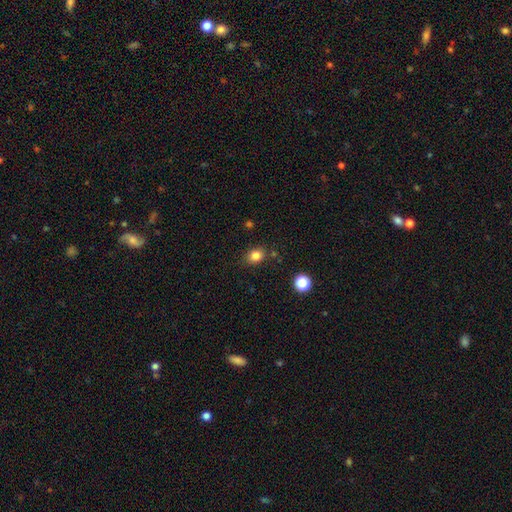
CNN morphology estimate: Smooth or featured? Predicted: smooth (p=0.83). How rounded? Predicted: round (p=0.53). Merging? Predicted: none (p=0.80).